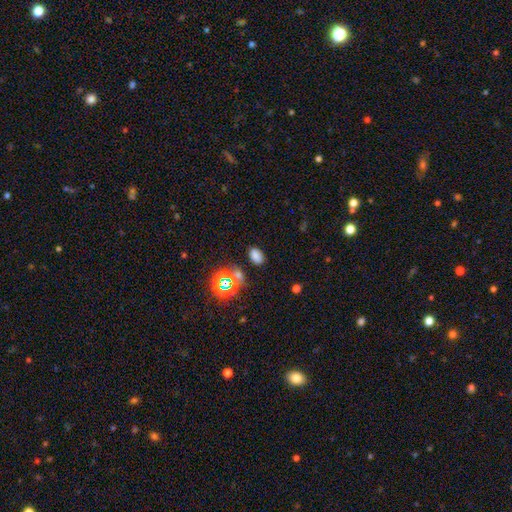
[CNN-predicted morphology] This is likely a smooth galaxy (71%). How rounded: clearly in between (86%). Merging: clearly none (83%).